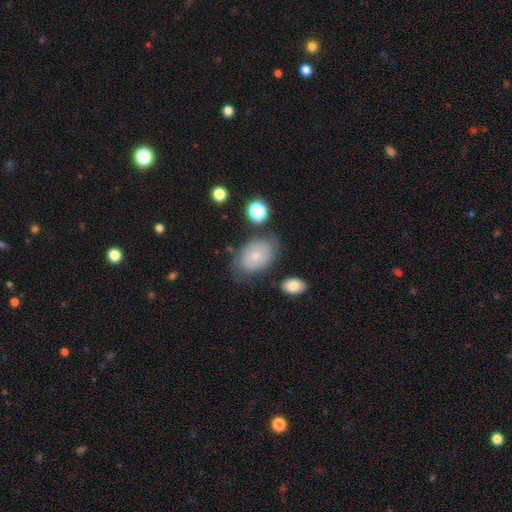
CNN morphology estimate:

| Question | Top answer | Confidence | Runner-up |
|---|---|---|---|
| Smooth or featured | smooth | 72% | featured or disk (19%) |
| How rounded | in between | 80% | round (19%) |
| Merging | none | 69% | minor disturbance (20%) |